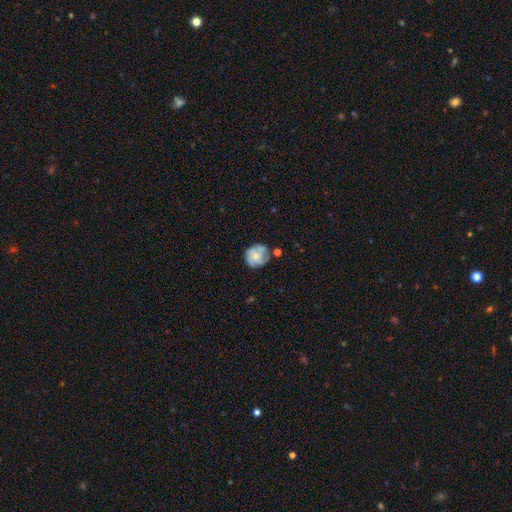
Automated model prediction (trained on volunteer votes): smooth_or_featured: featured or disk (p=0.49) [alt: smooth p=0.43]
merging: none (p=0.63) [alt: minor disturbance p=0.22]